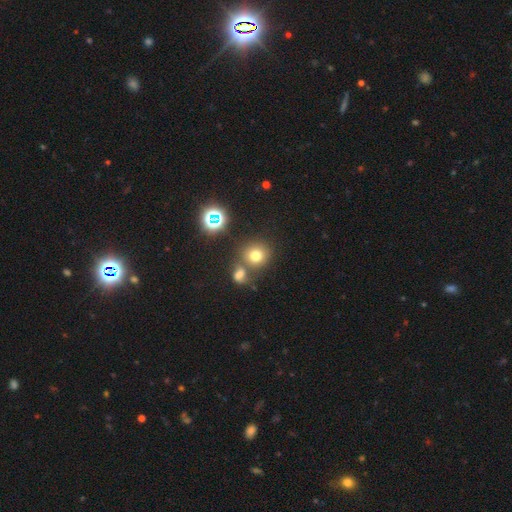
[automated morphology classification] Smooth or featured? smooth (71%)
How rounded? round (85%)
Merging? none (59%)